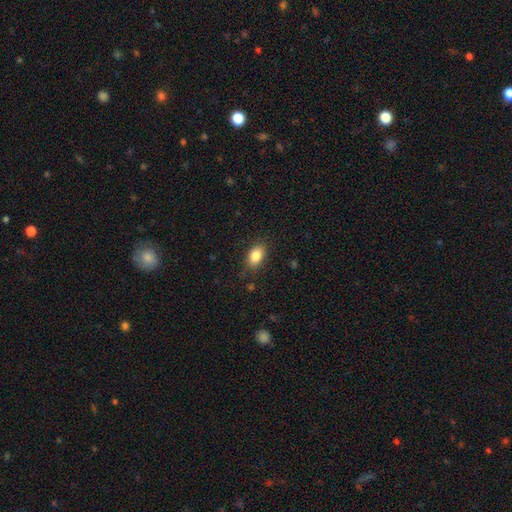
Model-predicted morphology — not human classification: A smooth galaxy with no disk features (85%) that is in between round and cigar-shaped (87%). Merging: none (84%).